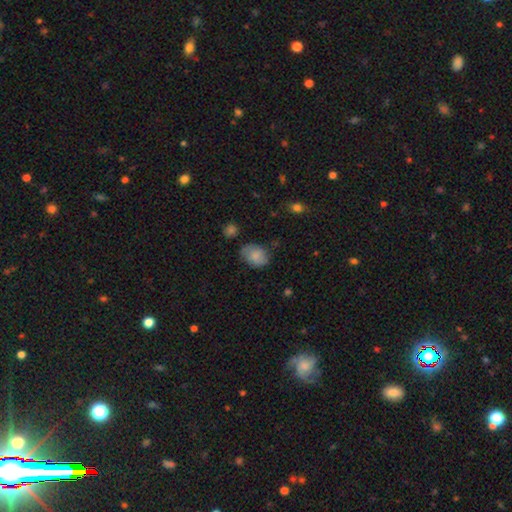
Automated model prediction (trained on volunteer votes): A smooth galaxy with no disk features (80%) that is in between round and cigar-shaped (72%).

Vote fractions:
- Smooth or featured? smooth: 80% / featured or disk: 13% / star or artifact: 8%
- How rounded? in between: 72% / round: 27% / cigar-shaped: 1%
- Merging? none: 68% / minor disturbance: 24% / major disturbance: 6% / merger: 2%